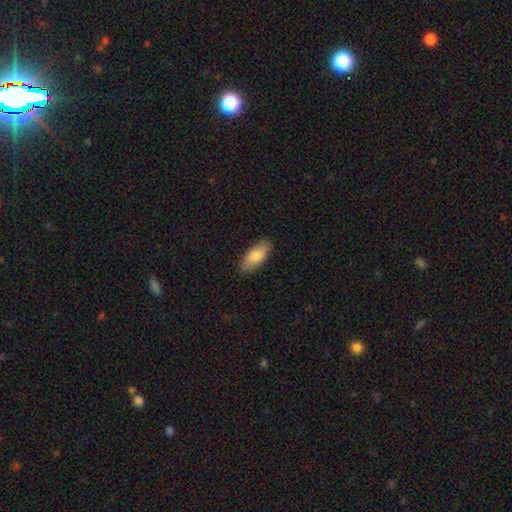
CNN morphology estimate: Smooth or featured?
  - smooth: 81% *
  - featured or disk: 14%
  - star or artifact: 6%
How rounded?
  - in between: 84% *
  - cigar-shaped: 13%
  - round: 2%
Merging?
  - none: 87% *
  - minor disturbance: 10%
  - major disturbance: 2%
  - merger: 1%